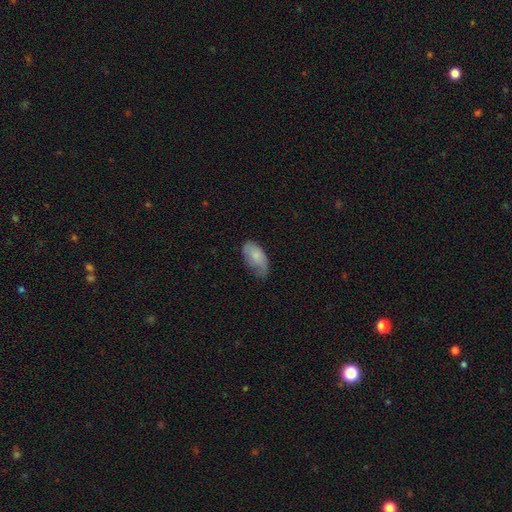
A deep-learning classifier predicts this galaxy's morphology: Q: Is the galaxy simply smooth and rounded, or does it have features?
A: smooth — 74%.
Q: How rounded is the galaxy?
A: in between — 94%.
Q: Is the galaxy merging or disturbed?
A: none — 42%, tied with minor disturbance.